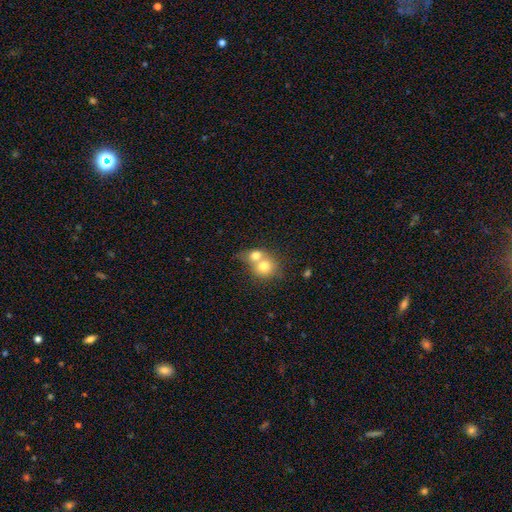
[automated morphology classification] This appears to be a smooth galaxy with no disk features (72%) that is round (71%). Merging: merger (72%).